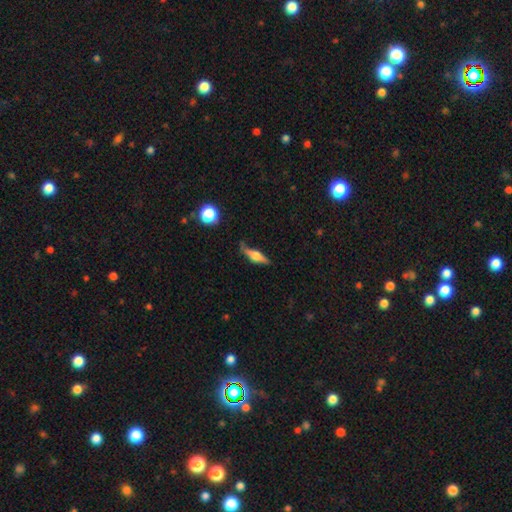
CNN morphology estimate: Smooth or featured?
  - featured or disk: 53% *
  - smooth: 39%
  - star or artifact: 8%
Edge-on disk?
  - yes: 89% *
  - no: 11%
Merging?
  - none: 62% *
  - minor disturbance: 25%
  - major disturbance: 9%
  - merger: 4%